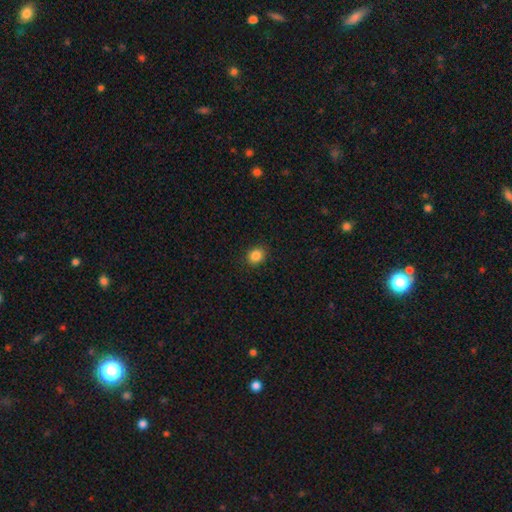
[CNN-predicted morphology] Smooth or featured: smooth — 86% (star or artifact — 10%)
How rounded: round — 68% (in between — 31%)
Merging: none — 90% (minor disturbance — 7%)